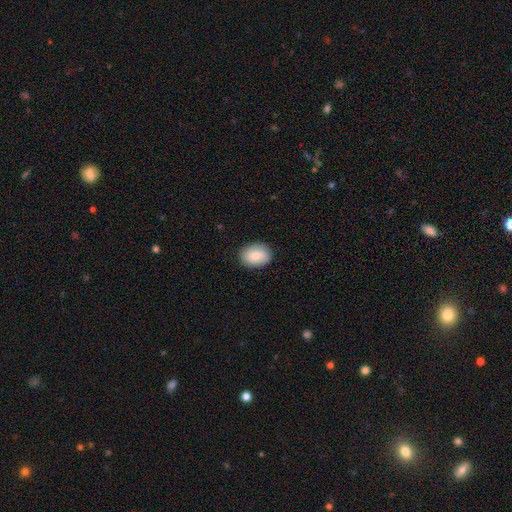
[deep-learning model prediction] smooth 76%, featured or disk 18%, star or artifact 7%. Down the decision tree: how rounded — in between (65%); merging — none (86%).